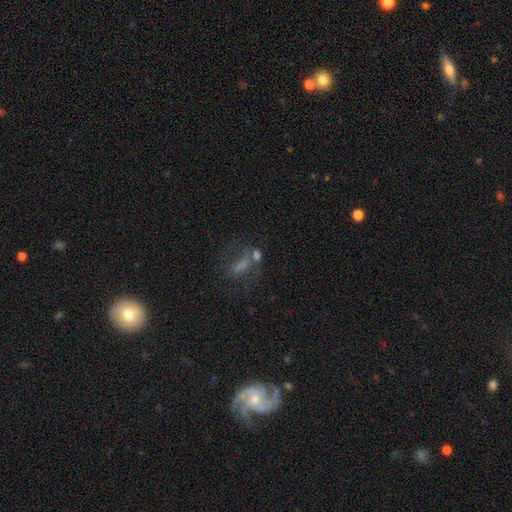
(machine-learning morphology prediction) Q: Smooth or featured?
A: smooth (44%); runner-up: featured or disk (35%)
Q: Merging?
A: none (35%); runner-up: merger (30%)